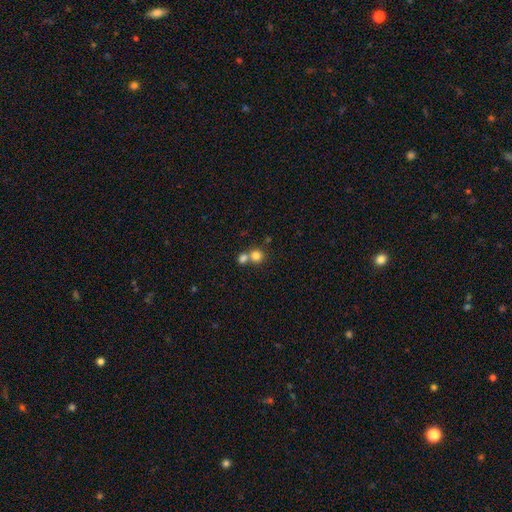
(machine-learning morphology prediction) smooth 80%, star or artifact 12%, featured or disk 9%. Down the decision tree: how rounded — round (86%); merging — merger (47%).